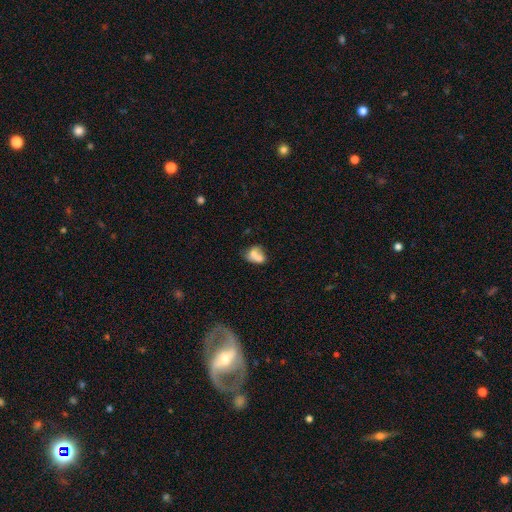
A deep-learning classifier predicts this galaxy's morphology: smooth 66%, featured or disk 25%, star or artifact 10%. Down the decision tree: how rounded — in between (62%); merging — merger (63%).